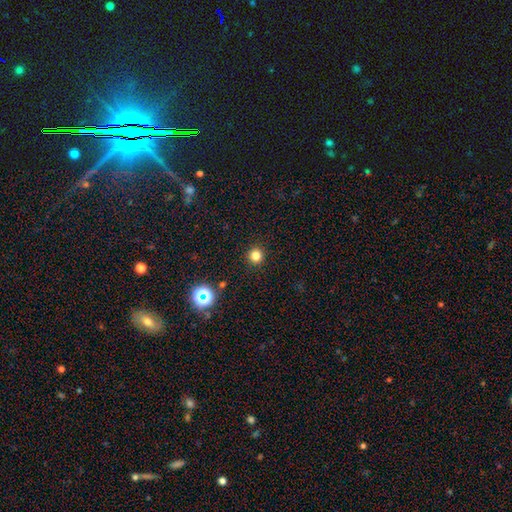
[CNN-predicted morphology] Overall: smooth (79%). How rounded: round (96%). Merging: none (93%).